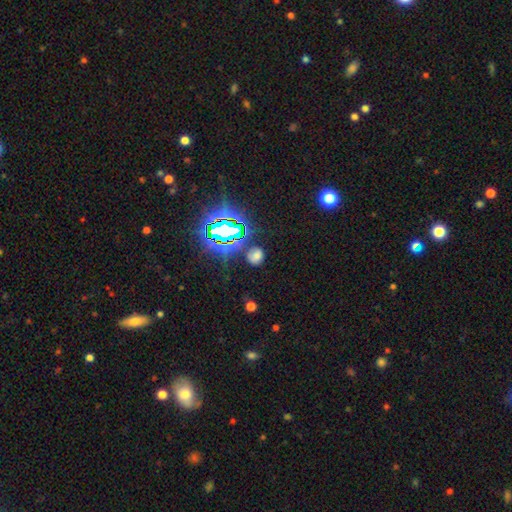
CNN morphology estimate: smooth-or-featured: smooth: 53% | star or artifact: 36% | featured or disk: 11%
  how-rounded: round: 58% | in between: 40% | cigar-shaped: 2%
  merging: none: 73% | minor disturbance: 16% | major disturbance: 6% | merger: 5%